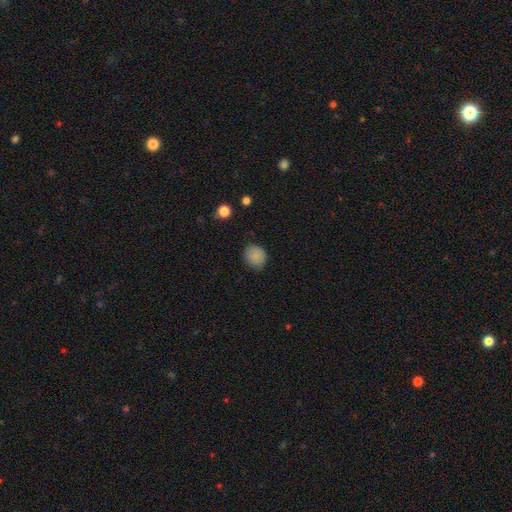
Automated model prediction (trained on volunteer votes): This is clearly a smooth galaxy (86%). How rounded: likely round (78%). Merging: clearly none (83%).